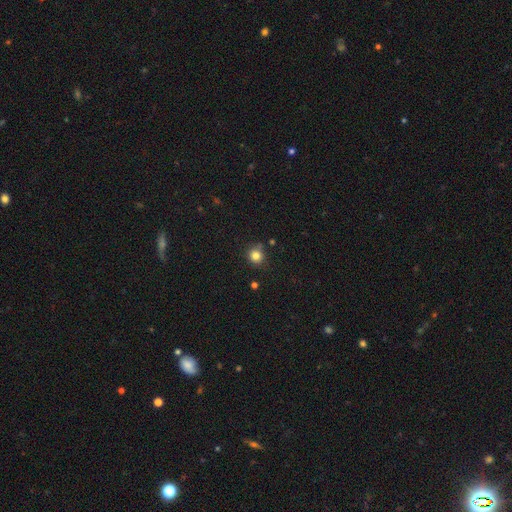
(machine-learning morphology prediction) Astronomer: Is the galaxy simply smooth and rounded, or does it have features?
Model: smooth — 82%.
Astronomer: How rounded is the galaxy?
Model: round — 89%.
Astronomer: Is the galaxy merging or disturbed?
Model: none — 78%.